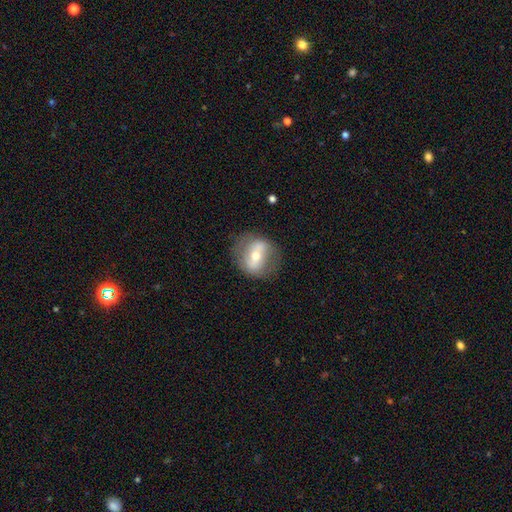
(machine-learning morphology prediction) Overall: featured or disk (55%; smooth 37%). Edge-on disk: no (88%). Merging: none (72%).